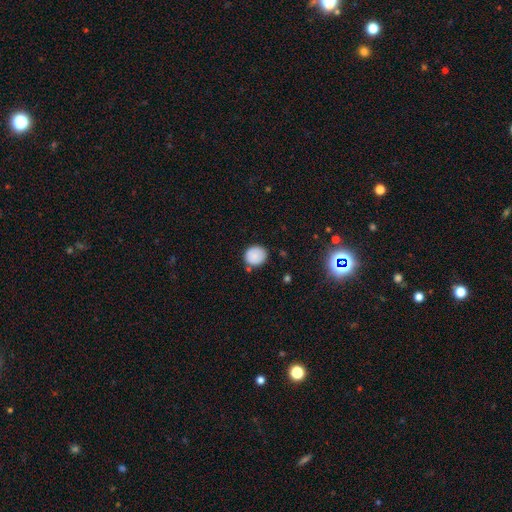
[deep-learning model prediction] smooth_or_featured: smooth (p=0.84) [alt: star or artifact p=0.09]
how_rounded: round (p=0.82) [alt: in between p=0.17]
merging: none (p=0.79) [alt: minor disturbance p=0.15]